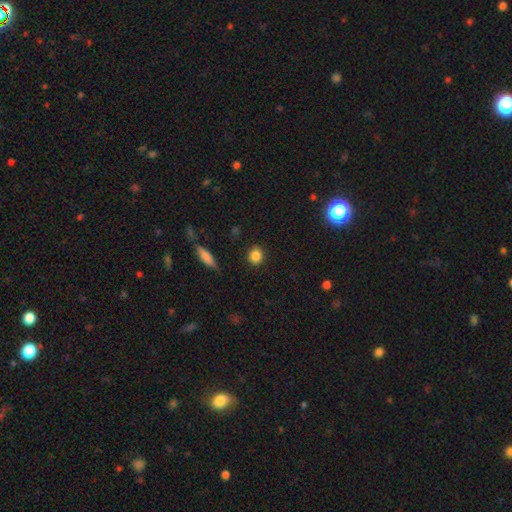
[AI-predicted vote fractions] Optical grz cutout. It shows a smooth galaxy with no disk features (85%) that is round (79%). Merging: none (89%).